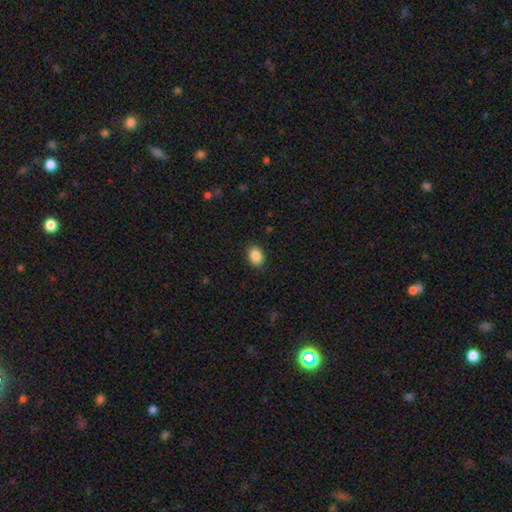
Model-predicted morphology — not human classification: Smooth or featured? smooth (88%)
How rounded? in between (70%)
Merging? none (89%)